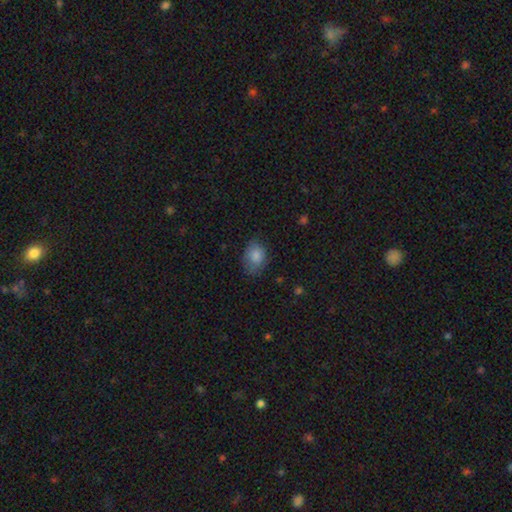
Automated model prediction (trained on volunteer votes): Morphology: type=smooth (85%); roundness=in between (71%); merging=none (70%).